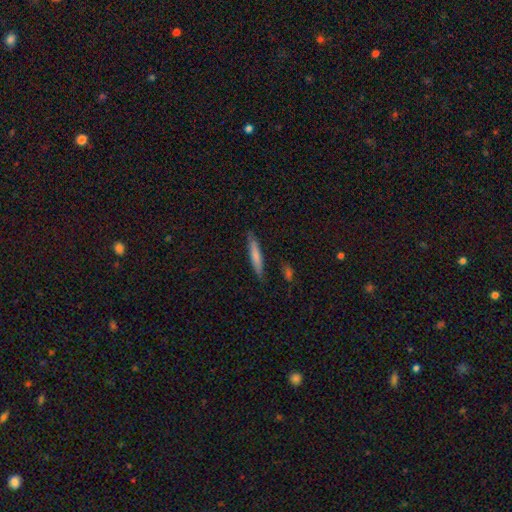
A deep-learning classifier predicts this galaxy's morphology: Smooth or featured? smooth (72%)
How rounded? cigar-shaped (89%)
Merging? none (82%)